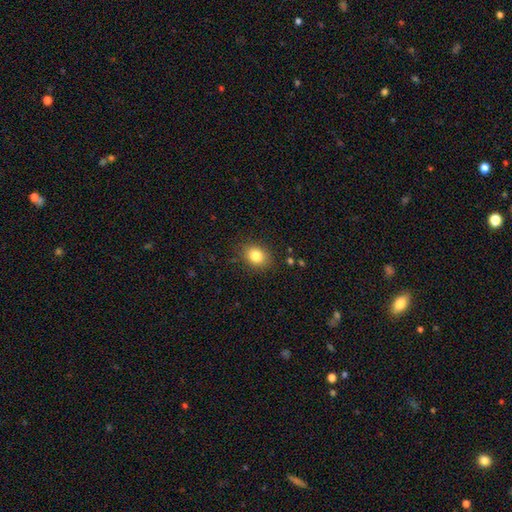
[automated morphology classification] Smooth or featured? smooth (83%)
How rounded? in between (55%)
Merging? none (86%)